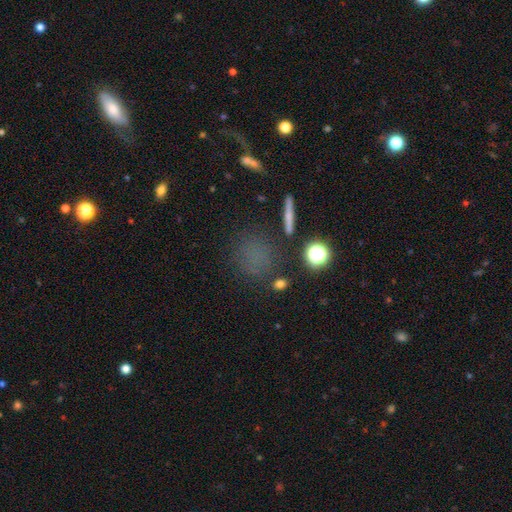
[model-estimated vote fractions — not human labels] Smooth or featured? smooth (61%)
How rounded? round (80%)
Merging? none (72%)